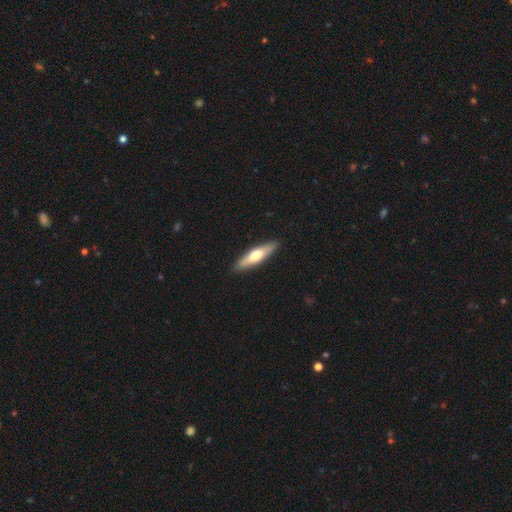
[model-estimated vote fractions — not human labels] Q: Smooth or featured?
A: smooth (48%); runner-up: featured or disk (47%)
Q: Merging?
A: none (90%); runner-up: minor disturbance (7%)